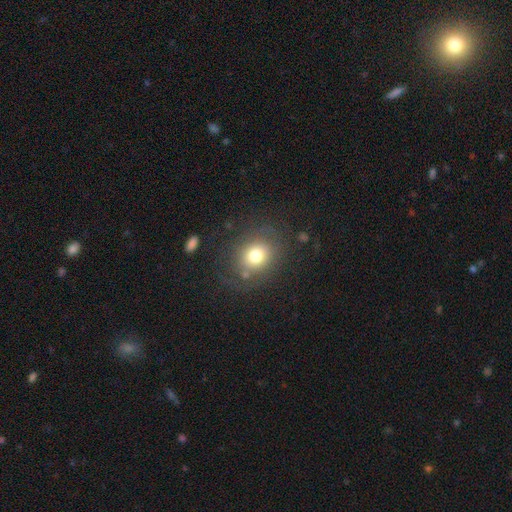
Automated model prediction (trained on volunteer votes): Smooth or featured? Predicted: smooth (p=0.71). How rounded? Predicted: round (p=0.64). Merging? Predicted: none (p=0.72).